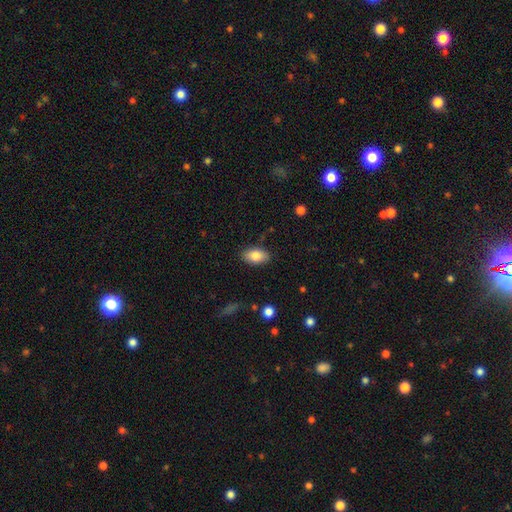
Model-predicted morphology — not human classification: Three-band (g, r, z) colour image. It shows a smooth galaxy with no disk features (83%) that is in between round and cigar-shaped (92%). Merging: none (86%).